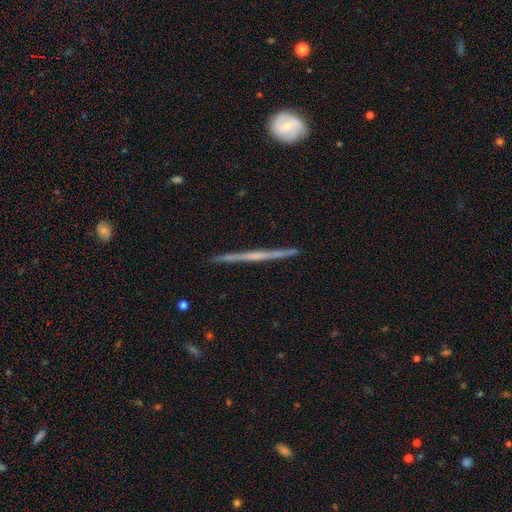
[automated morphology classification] featured or disk 61%, smooth 32%, star or artifact 7%. Down the decision tree: edge-on disk — yes (98%); edge-on bulge — none (74%); merging — none (89%).